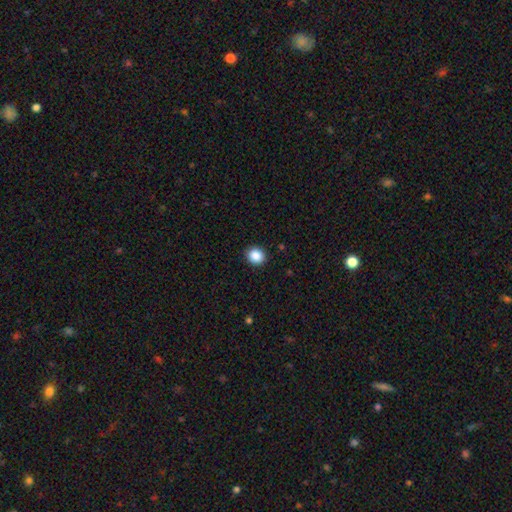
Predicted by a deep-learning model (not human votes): A smooth galaxy with no disk features (88%) that is round (82%). Merging: none (92%).